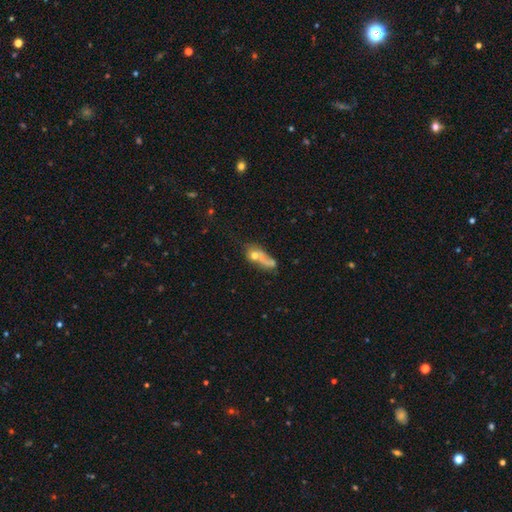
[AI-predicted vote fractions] Smooth or featured?
  - smooth: 52% *
  - featured or disk: 30%
  - star or artifact: 18%
How rounded?
  - in between: 48% *
  - round: 31%
  - cigar-shaped: 21%
Merging?
  - merger: 37% *
  - none: 30%
  - major disturbance: 20%
  - minor disturbance: 14%